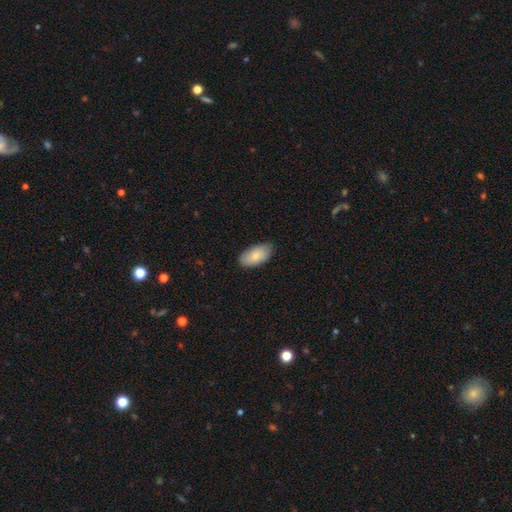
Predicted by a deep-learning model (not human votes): Overall: smooth (79%). How rounded: in between (95%). Merging: none (82%).